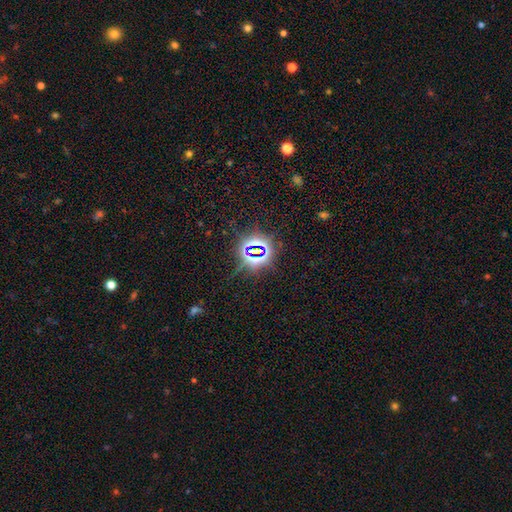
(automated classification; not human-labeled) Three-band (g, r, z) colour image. It shows a star or artifact, not a galaxy (81%).